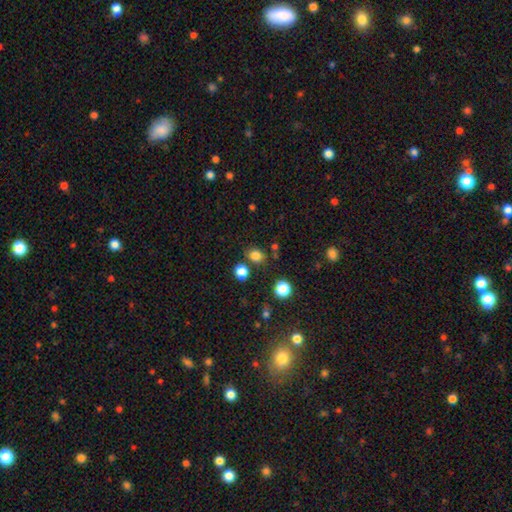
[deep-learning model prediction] This is clearly a smooth galaxy (80%). How rounded: likely round (62%). Merging: likely none (76%).